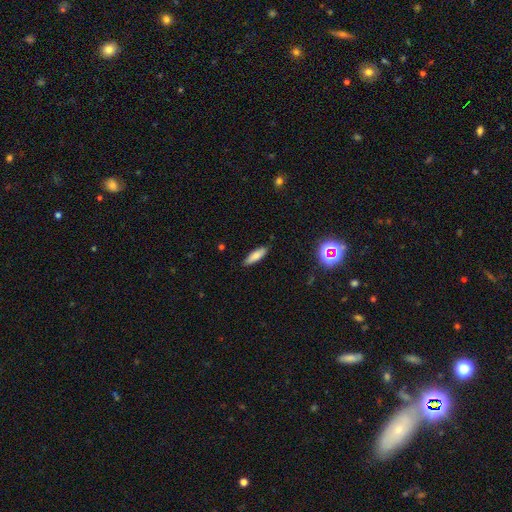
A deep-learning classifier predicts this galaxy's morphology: The model was most divided on "how rounded": cigar-shaped: 54%, in between: 44%, round: 2%. More confident: merging — none (88%); smooth or featured — smooth (79%).